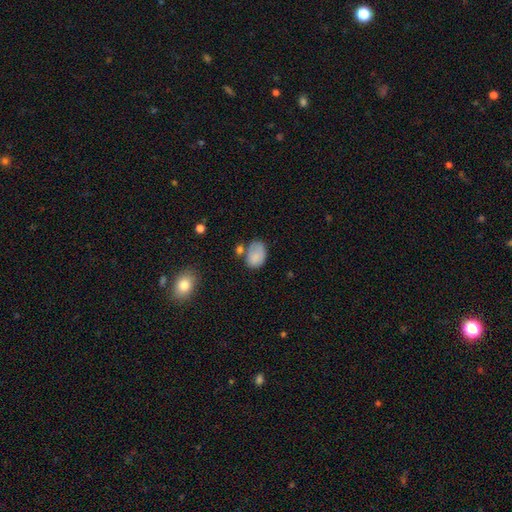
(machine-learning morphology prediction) smooth_or_featured: smooth (p=0.81) [alt: featured or disk p=0.10]
how_rounded: in between (p=0.77) [alt: round p=0.22]
merging: none (p=0.47) [alt: minor disturbance p=0.26]